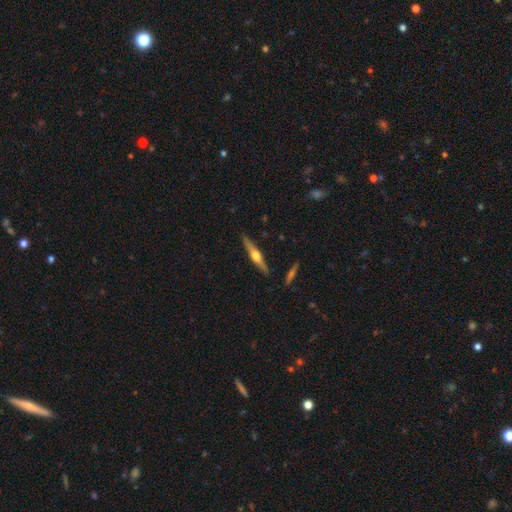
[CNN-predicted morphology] Smooth or featured: featured or disk — 73% (smooth — 22%)
Edge-on disk: yes — 98% (no — 2%)
Edge-on bulge: rounded — 94% (boxy — 4%)
Merging: none — 89% (minor disturbance — 8%)